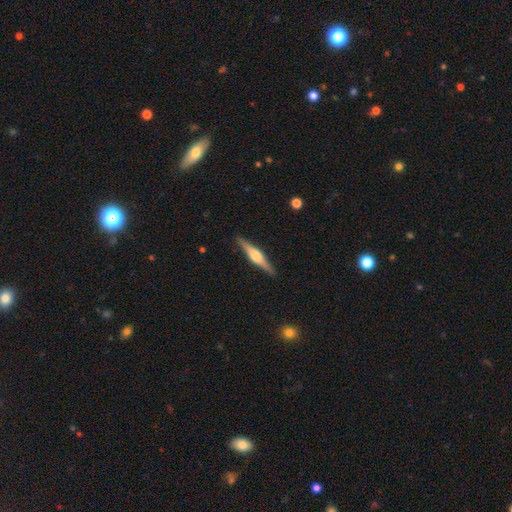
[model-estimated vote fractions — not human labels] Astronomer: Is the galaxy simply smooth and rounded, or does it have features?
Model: featured or disk — 74%.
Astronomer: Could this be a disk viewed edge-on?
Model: yes — 98%.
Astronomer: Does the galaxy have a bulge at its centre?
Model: rounded — 86%.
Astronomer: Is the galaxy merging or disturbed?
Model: none — 91%.